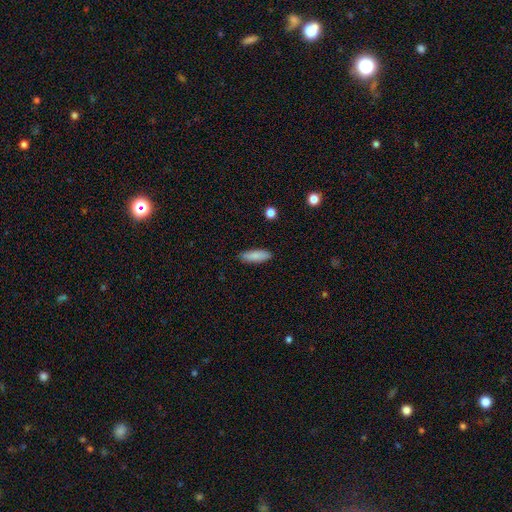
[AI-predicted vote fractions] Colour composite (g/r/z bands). It shows a smooth galaxy with no disk features (86%) that is in between round and cigar-shaped (53%). Merging: none (88%).